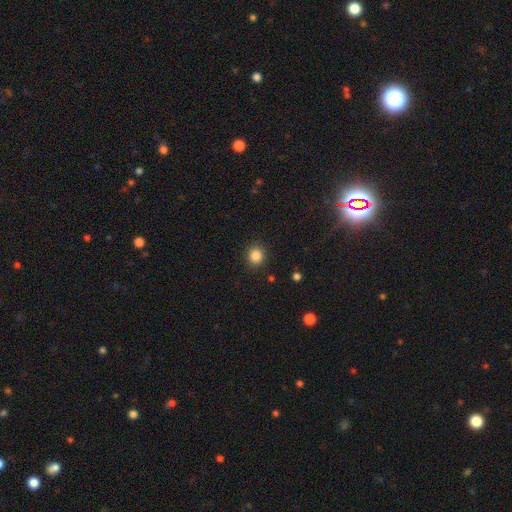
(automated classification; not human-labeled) smooth 85%, star or artifact 11%, featured or disk 4%. Down the decision tree: how rounded — round (88%); merging — none (90%).